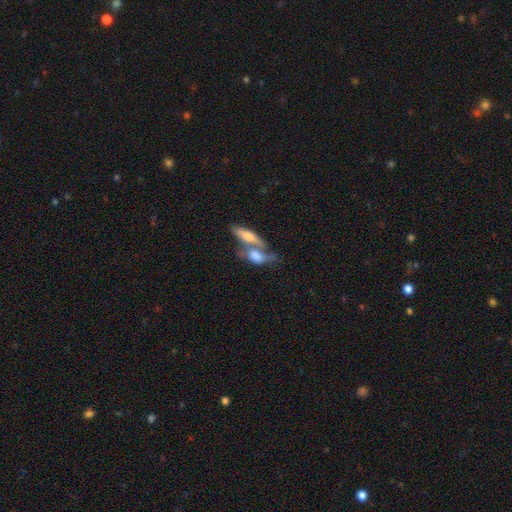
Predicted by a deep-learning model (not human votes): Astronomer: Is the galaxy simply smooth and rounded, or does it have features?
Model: smooth — 60%.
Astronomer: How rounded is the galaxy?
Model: in between — 71%.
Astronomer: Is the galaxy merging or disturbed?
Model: merger — 62%.